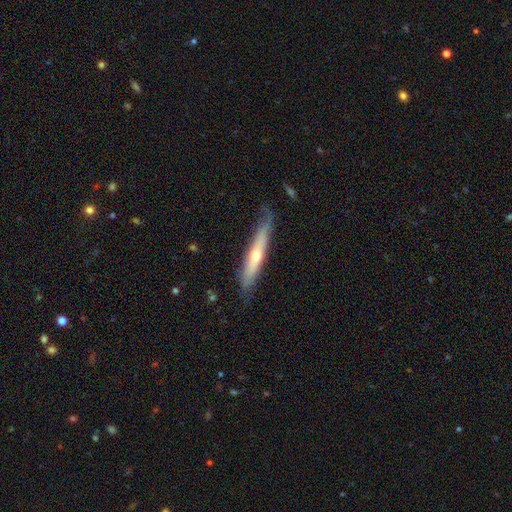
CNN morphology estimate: A featured or disk galaxy (51%) viewed edge-on (84%). Merging: none (75%).